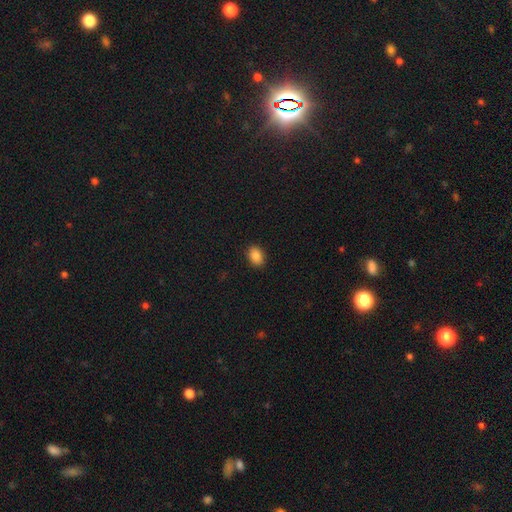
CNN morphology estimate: Q: Smooth or featured?
A: smooth (87%); runner-up: star or artifact (9%)
Q: How rounded?
A: in between (77%); runner-up: round (21%)
Q: Merging?
A: none (90%); runner-up: minor disturbance (7%)